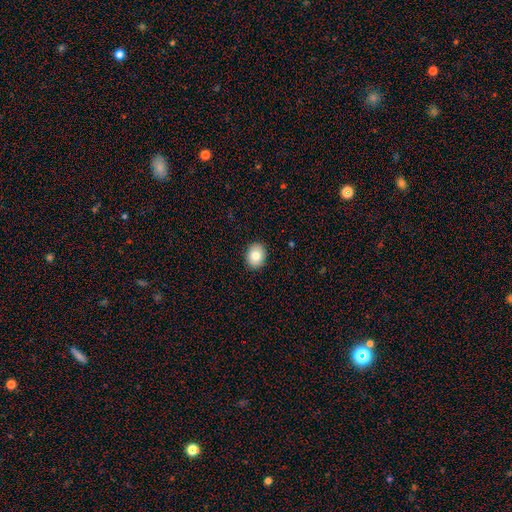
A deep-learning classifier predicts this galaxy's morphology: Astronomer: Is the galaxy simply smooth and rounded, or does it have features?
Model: smooth — 82%.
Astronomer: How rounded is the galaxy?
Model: round — 50% (runner-up: in between, 49%).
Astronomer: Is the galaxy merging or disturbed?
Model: none — 90%.